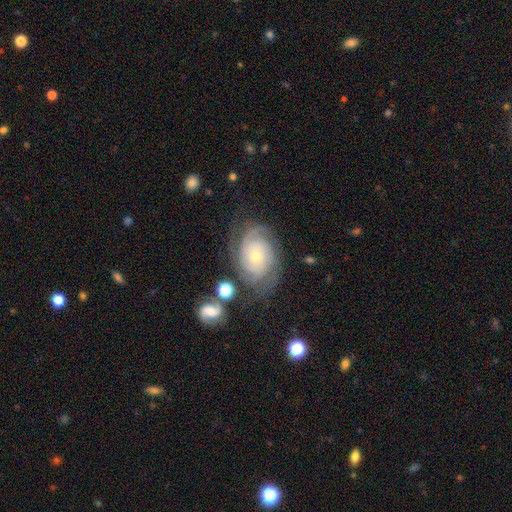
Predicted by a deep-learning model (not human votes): This is clearly a featured or disk galaxy (82%). It is clearly not viewed edge-on (97%). Bar: likely no (80%). Spiral arm pattern: clearly yes (95%). Spiral arm count: marginally can't tell (31%). Spiral winding: likely tight (69%). Central bulge: likely small (67%). Merging: likely none (68%).